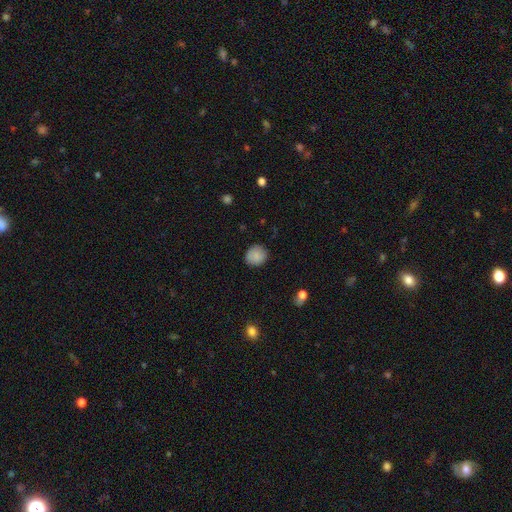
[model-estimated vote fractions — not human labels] This appears to be a smooth galaxy with no disk features (85%) that is round (85%). Merging: none (86%).